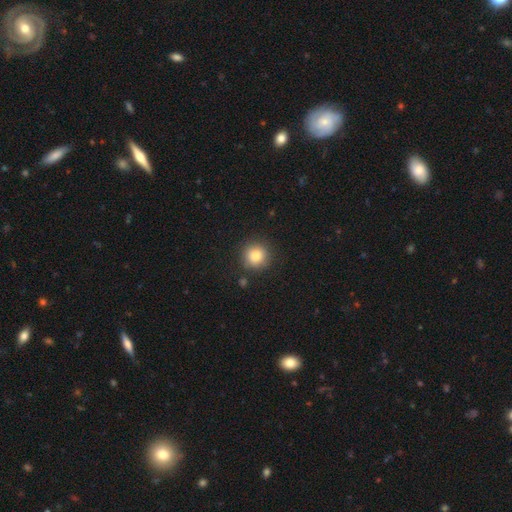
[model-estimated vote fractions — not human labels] Smooth or featured: smooth — 82% (star or artifact — 11%)
How rounded: round — 94% (in between — 5%)
Merging: none — 88% (minor disturbance — 8%)